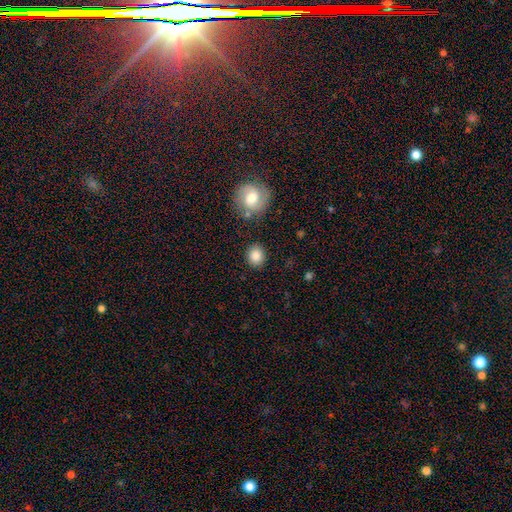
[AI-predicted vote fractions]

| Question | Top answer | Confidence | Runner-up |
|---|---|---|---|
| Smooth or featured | smooth | 86% | star or artifact (8%) |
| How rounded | round | 75% | in between (24%) |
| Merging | none | 85% | minor disturbance (8%) |